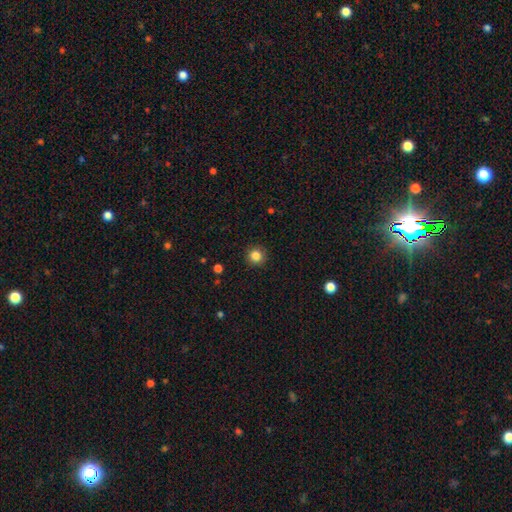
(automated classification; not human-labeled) A smooth galaxy with no disk features (84%) that is round (93%).

Vote fractions:
- Smooth or featured? smooth: 84% / star or artifact: 11% / featured or disk: 5%
- How rounded? round: 93% / in between: 6% / cigar-shaped: 1%
- Merging? none: 91% / minor disturbance: 6% / major disturbance: 2% / merger: 1%